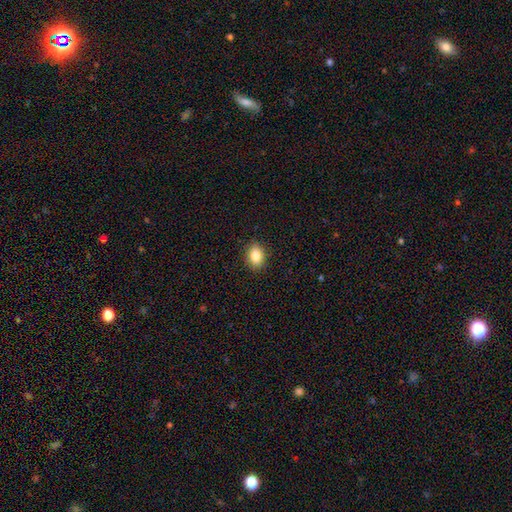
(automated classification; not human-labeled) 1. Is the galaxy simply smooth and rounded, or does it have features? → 84% smooth, 9% star or artifact, 7% featured or disk.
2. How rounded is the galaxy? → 70% in between, 29% round, 1% cigar-shaped.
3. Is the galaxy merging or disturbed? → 89% none, 8% minor disturbance, 2% major disturbance, 1% merger.